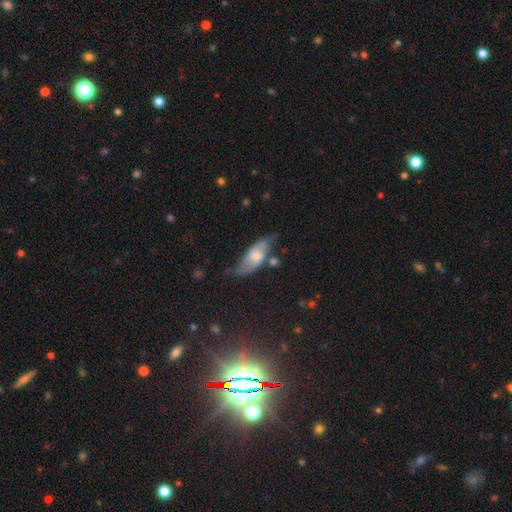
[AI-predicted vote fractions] Q: Smooth or featured?
A: featured or disk (55%); runner-up: smooth (38%)
Q: Edge-on disk?
A: no (78%); runner-up: yes (22%)
Q: Merging?
A: none (56%); runner-up: minor disturbance (27%)